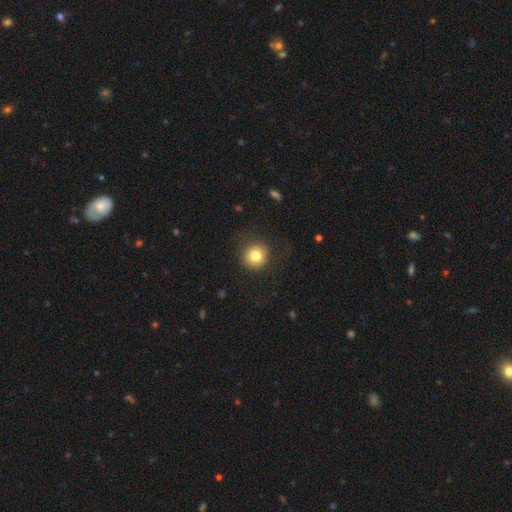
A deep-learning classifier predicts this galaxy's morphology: Q: Smooth or featured?
A: smooth (80%); runner-up: star or artifact (11%)
Q: How rounded?
A: round (94%); runner-up: in between (5%)
Q: Merging?
A: none (85%); runner-up: minor disturbance (9%)